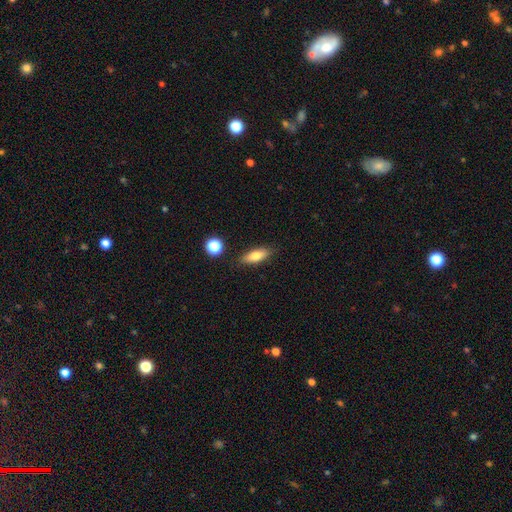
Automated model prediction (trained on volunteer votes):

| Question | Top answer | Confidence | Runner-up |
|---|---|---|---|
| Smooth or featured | smooth | 74% | featured or disk (18%) |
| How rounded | in between | 65% | cigar-shaped (31%) |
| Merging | none | 85% | minor disturbance (10%) |